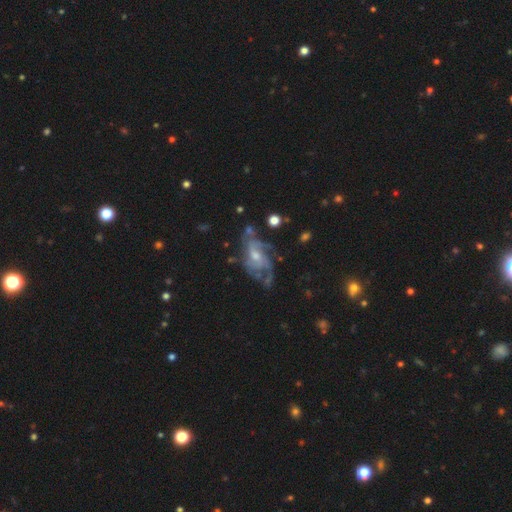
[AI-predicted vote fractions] Smooth or featured: featured or disk — 84% (smooth — 9%)
Edge-on disk: no — 96% (yes — 4%)
Bar: no — 53% (weak — 38%)
Spiral arms: yes — 94% (no — 6%)
Spiral winding: medium — 47% (tight — 33%)
Spiral arm count: 3 — 29% (can't tell — 24%)
Bulge size: moderate — 49% (small — 41%)
Merging: none — 52% (minor disturbance — 22%)